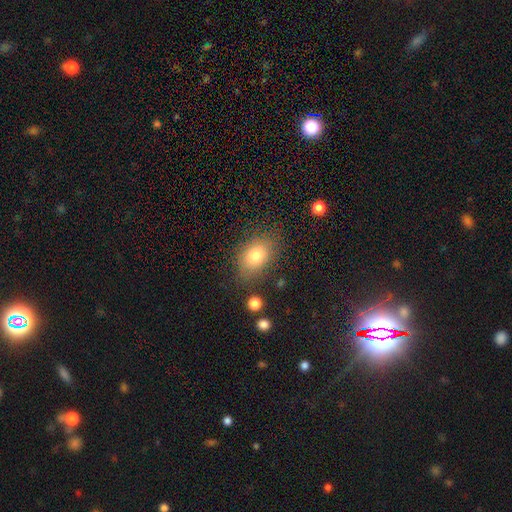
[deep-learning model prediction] smooth_or_featured: smooth (p=0.78) [alt: featured or disk p=0.12]
how_rounded: in between (p=0.79) [alt: round p=0.19]
merging: none (p=0.76) [alt: minor disturbance p=0.16]